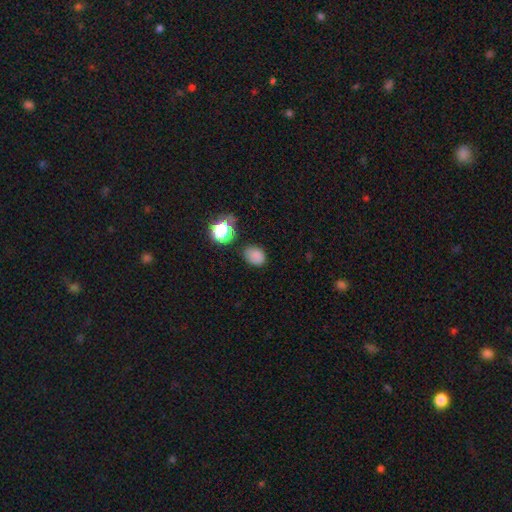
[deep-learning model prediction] Smooth or featured?
  - smooth: 78% *
  - star or artifact: 16%
  - featured or disk: 5%
How rounded?
  - in between: 56% *
  - round: 43%
  - cigar-shaped: 1%
Merging?
  - none: 76% *
  - minor disturbance: 16%
  - major disturbance: 4%
  - merger: 3%